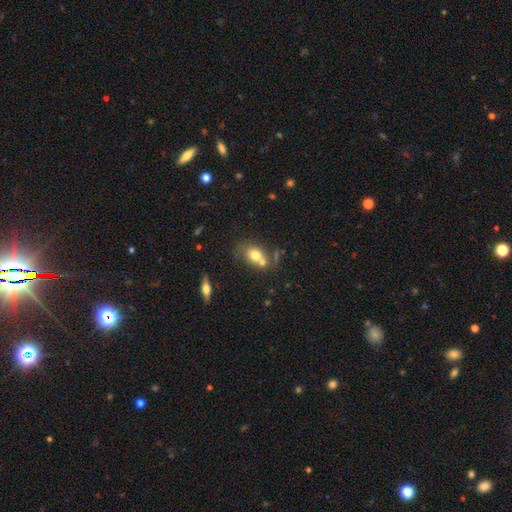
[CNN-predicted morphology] This appears to be a smooth galaxy with no disk features (70%) that is in between round and cigar-shaped (65%). Merging: none (42%).